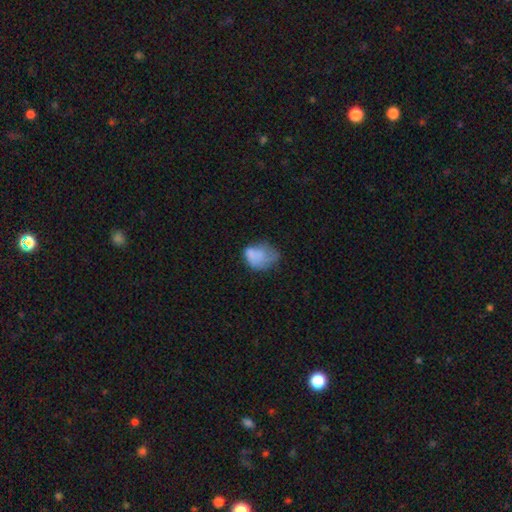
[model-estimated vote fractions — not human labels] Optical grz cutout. It shows a smooth galaxy with no disk features (69%) that is in between round and cigar-shaped (66%). Merging: minor disturbance (35%).